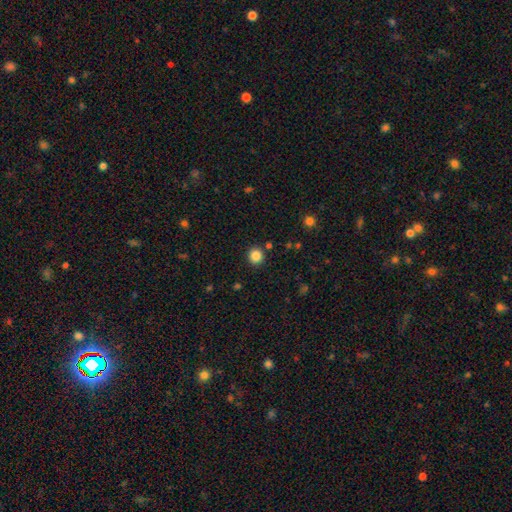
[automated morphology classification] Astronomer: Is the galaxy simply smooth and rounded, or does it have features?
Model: smooth — 85%.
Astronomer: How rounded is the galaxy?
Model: round — 93%.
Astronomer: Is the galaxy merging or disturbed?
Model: none — 90%.